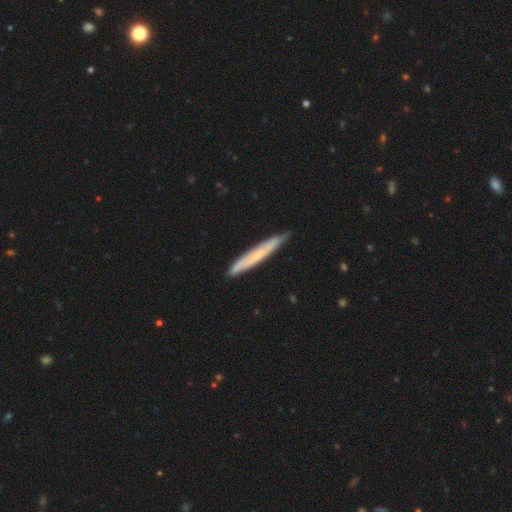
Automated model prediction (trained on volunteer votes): The model was most divided on "smooth or featured": smooth: 52%, featured or disk: 42%, star or artifact: 6%. More confident: how rounded — cigar-shaped (96%); merging — none (86%).